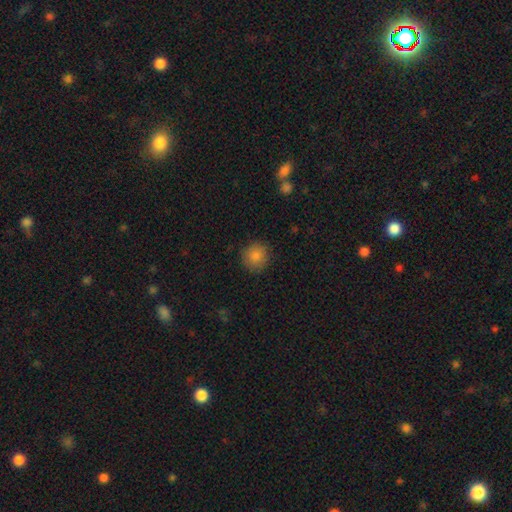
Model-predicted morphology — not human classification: Smooth or featured? Predicted: smooth (p=0.85). How rounded? Predicted: round (p=0.91). Merging? Predicted: none (p=0.88).